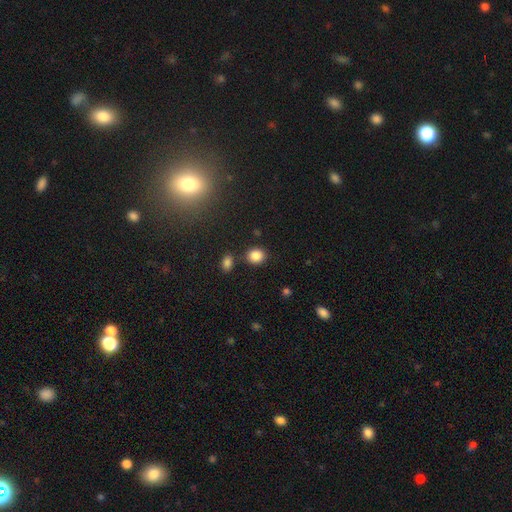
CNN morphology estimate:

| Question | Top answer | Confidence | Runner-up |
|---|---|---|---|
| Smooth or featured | smooth | 86% | star or artifact (10%) |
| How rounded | round | 65% | in between (34%) |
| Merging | none | 79% | minor disturbance (10%) |